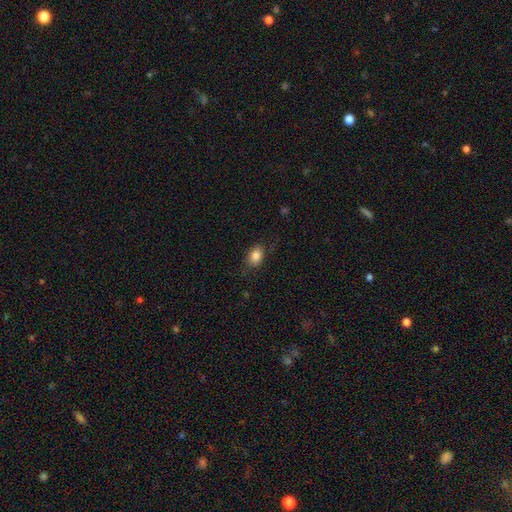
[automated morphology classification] A smooth galaxy with no disk features (84%) that is in between round and cigar-shaped (74%).

Vote fractions:
- Smooth or featured? smooth: 84% / star or artifact: 9% / featured or disk: 8%
- How rounded? in between: 74% / round: 25% / cigar-shaped: 1%
- Merging? none: 77% / minor disturbance: 17% / major disturbance: 5% / merger: 1%